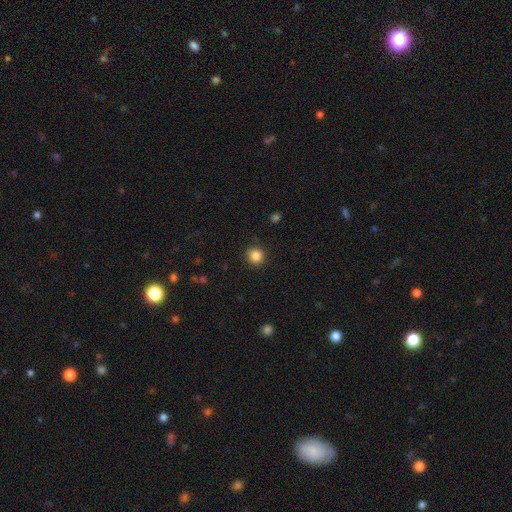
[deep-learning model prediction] Smooth or featured?
  - smooth: 86% *
  - star or artifact: 11%
  - featured or disk: 4%
How rounded?
  - round: 94% *
  - in between: 5%
  - cigar-shaped: 1%
Merging?
  - none: 91% *
  - minor disturbance: 6%
  - major disturbance: 2%
  - merger: 1%